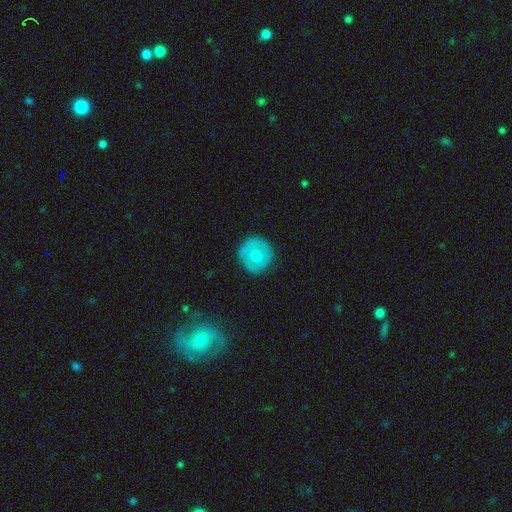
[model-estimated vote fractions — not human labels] Smooth or featured? smooth (54%)
How rounded? round (93%)
Merging? none (86%)